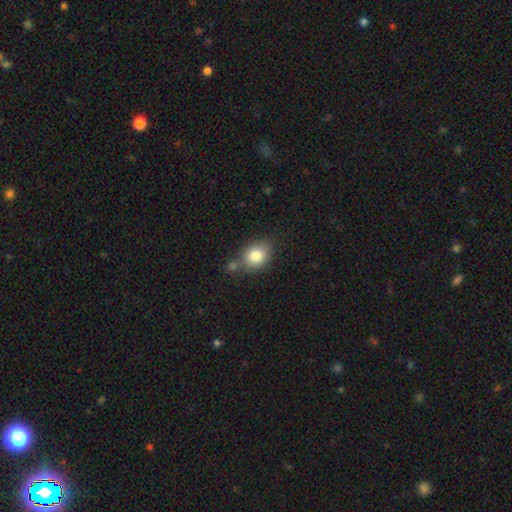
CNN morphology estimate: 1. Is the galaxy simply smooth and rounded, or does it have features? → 82% smooth, 9% star or artifact, 9% featured or disk.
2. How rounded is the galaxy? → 54% round, 45% in between, 1% cigar-shaped.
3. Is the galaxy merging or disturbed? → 62% none, 17% minor disturbance, 17% merger, 5% major disturbance.